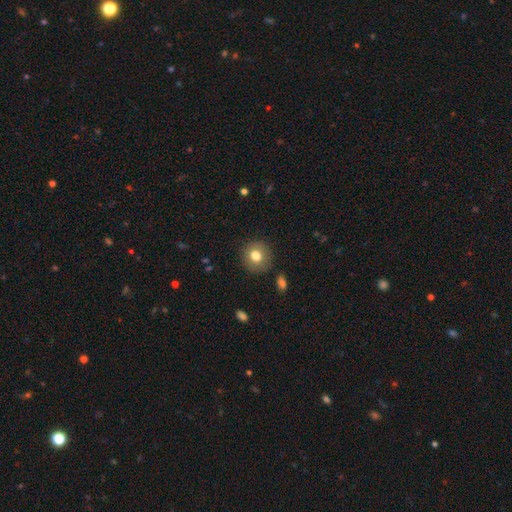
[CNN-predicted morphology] type=smooth (78%); roundness=round (88%); merging=none (87%).